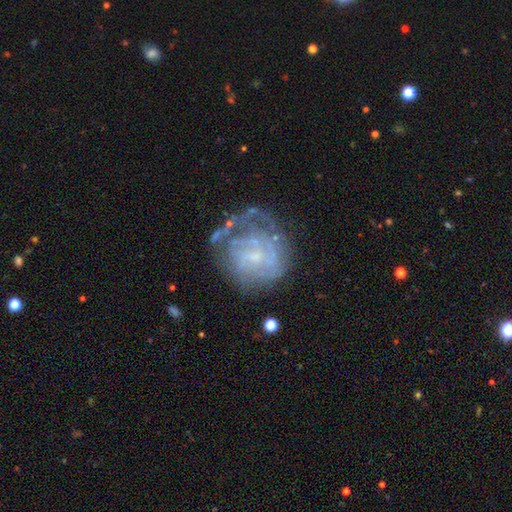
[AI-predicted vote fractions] smooth-or-featured: featured or disk: 74% | smooth: 17% | star or artifact: 9%
  disk-edge-on: no: 98% | yes: 2%
    bar: no: 52% | weak: 40% | strong: 8%
    has-spiral-arms: yes: 74% | no: 26%
      spiral-winding: tight: 55% | medium: 30% | loose: 14%
      spiral-arm-count: can't tell: 46% | 2: 19% | 1: 16% | 3: 11% | 4: 5% | more than 4: 4%
    bulge-size: small: 46% | none: 33% | moderate: 18% | large: 2% | dominant: 1%
  merging: none: 48% | major disturbance: 26% | minor disturbance: 22% | merger: 4%